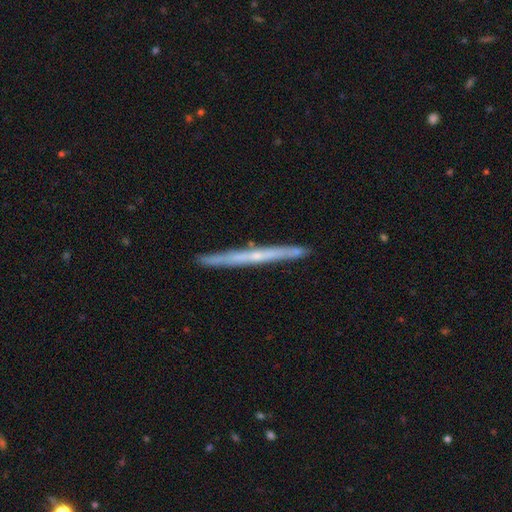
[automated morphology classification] This is likely a featured or disk galaxy (63%). It is clearly viewed edge-on (97%). Edge-on bulge: likely none (68%). Merging: clearly none (90%).